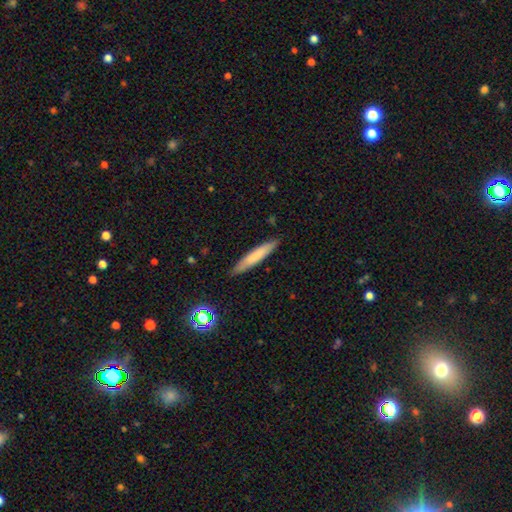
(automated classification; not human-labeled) Morphology: type=smooth (73%); roundness=cigar-shaped (91%); merging=none (88%).